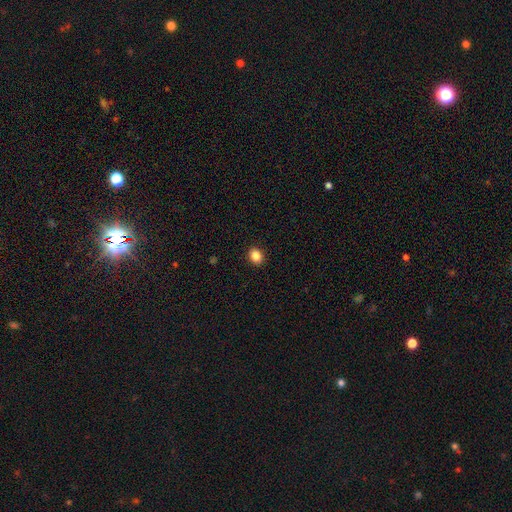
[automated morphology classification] smooth-or-featured: smooth: 87% | star or artifact: 10% | featured or disk: 4%
  how-rounded: round: 53% | in between: 46% | cigar-shaped: 1%
  merging: none: 91% | minor disturbance: 6% | major disturbance: 2% | merger: 1%